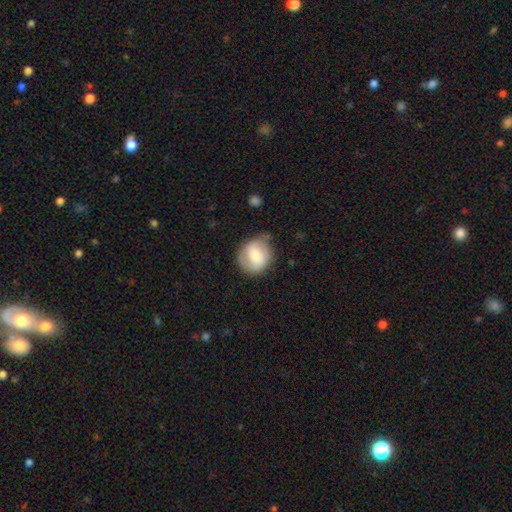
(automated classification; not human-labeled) smooth_or_featured: smooth (p=0.57) [alt: featured or disk p=0.36]
how_rounded: round (p=0.76) [alt: in between p=0.23]
merging: none (p=0.64) [alt: minor disturbance p=0.25]